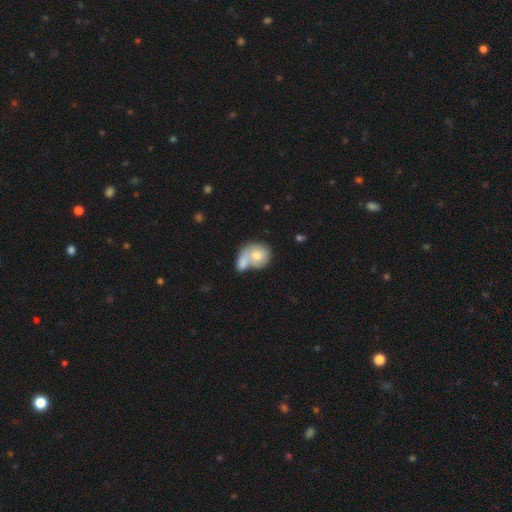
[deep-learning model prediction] smooth-or-featured: smooth: 70% | featured or disk: 23% | star or artifact: 7%
  how-rounded: round: 66% | in between: 32% | cigar-shaped: 1%
  merging: merger: 64% | none: 22% | minor disturbance: 9% | major disturbance: 5%